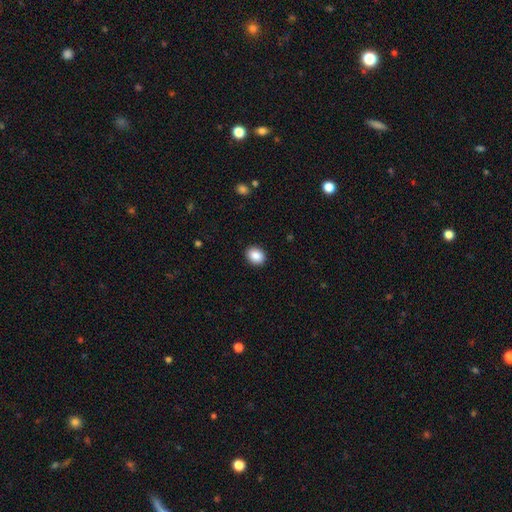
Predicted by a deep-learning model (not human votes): Overall: smooth (89%). How rounded: in between (51%; round 48%). Merging: none (91%).